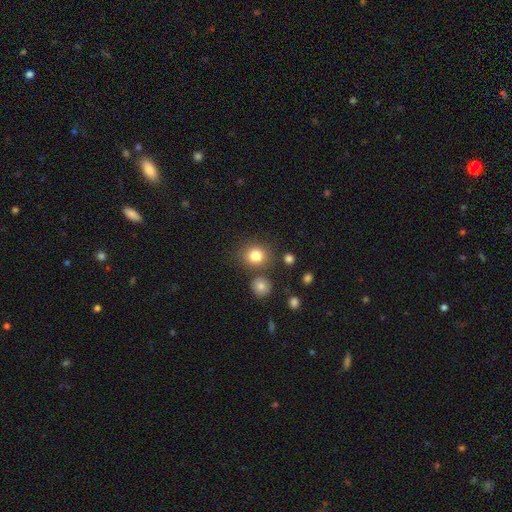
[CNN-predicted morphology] Overall: smooth (82%). How rounded: round (78%). Merging: none (77%).